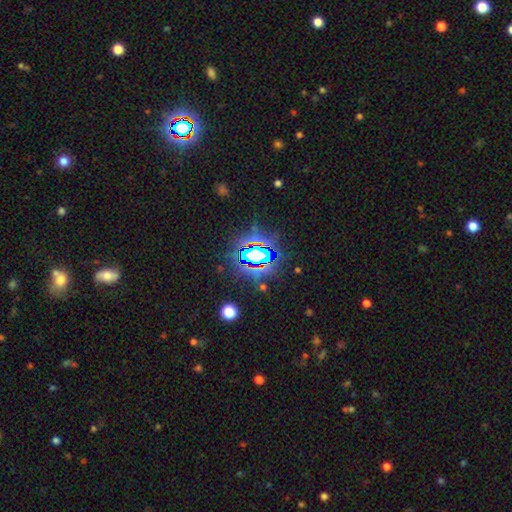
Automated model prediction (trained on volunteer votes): This is likely a star or artifact rather than a galaxy (75%).